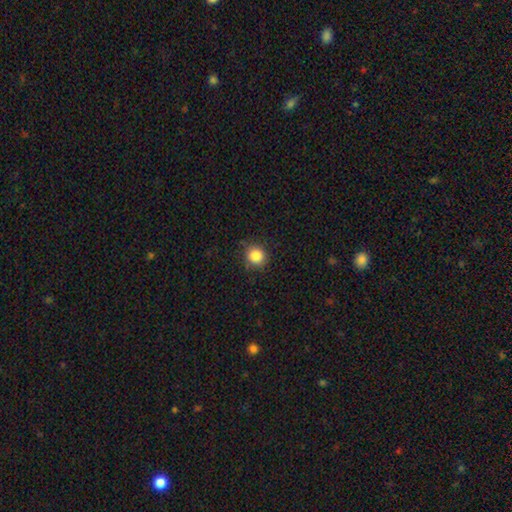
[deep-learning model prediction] smooth 86%, star or artifact 10%, featured or disk 4%. Down the decision tree: how rounded — round (89%); merging — none (83%).